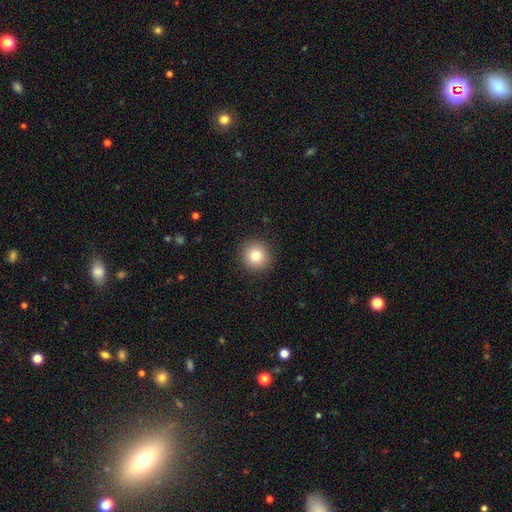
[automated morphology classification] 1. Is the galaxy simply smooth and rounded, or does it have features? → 81% smooth, 11% star or artifact, 8% featured or disk.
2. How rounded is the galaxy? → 94% round, 5% in between, 1% cigar-shaped.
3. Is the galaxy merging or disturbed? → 92% none, 5% minor disturbance, 2% major disturbance, 1% merger.